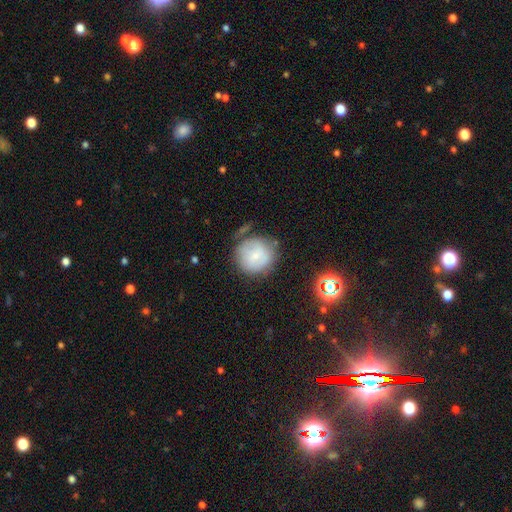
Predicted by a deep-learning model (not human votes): This appears to be a smooth galaxy with no disk features (68%) that is round (91%). Merging: none (65%).